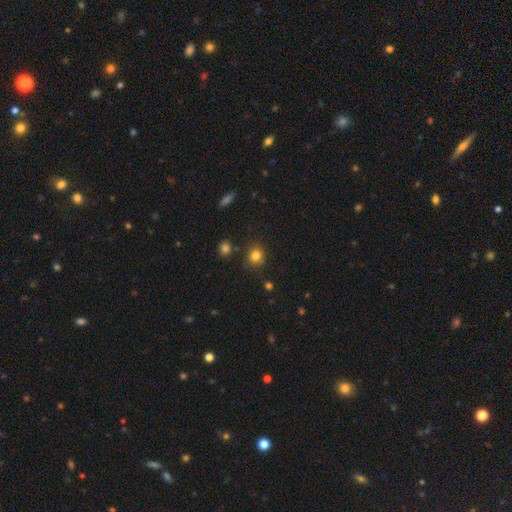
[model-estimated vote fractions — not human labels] A smooth galaxy with no disk features (82%) that is round (82%).

Vote fractions:
- Smooth or featured? smooth: 82% / star or artifact: 13% / featured or disk: 6%
- How rounded? round: 82% / in between: 17% / cigar-shaped: 1%
- Merging? none: 81% / minor disturbance: 12% / merger: 4% / major disturbance: 3%